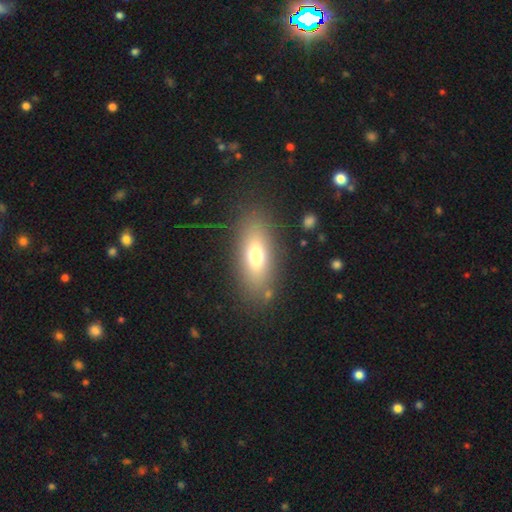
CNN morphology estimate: The model was most divided on "smooth or featured": smooth: 70%, featured or disk: 20%, star or artifact: 10%. More confident: merging — none (82%); how rounded — in between (77%).